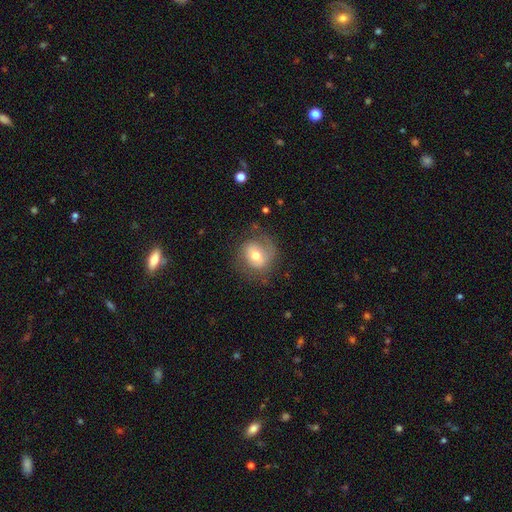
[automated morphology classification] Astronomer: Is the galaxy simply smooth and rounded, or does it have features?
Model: smooth — 49% (runner-up: featured or disk, 43%).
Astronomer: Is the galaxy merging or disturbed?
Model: none — 66%.